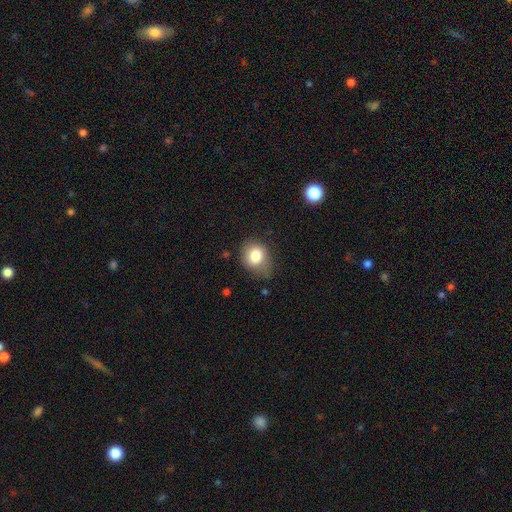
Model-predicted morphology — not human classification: smooth_or_featured: smooth (p=0.81) [alt: featured or disk p=0.10]
how_rounded: round (p=0.59) [alt: in between p=0.40]
merging: none (p=0.61) [alt: minor disturbance p=0.28]